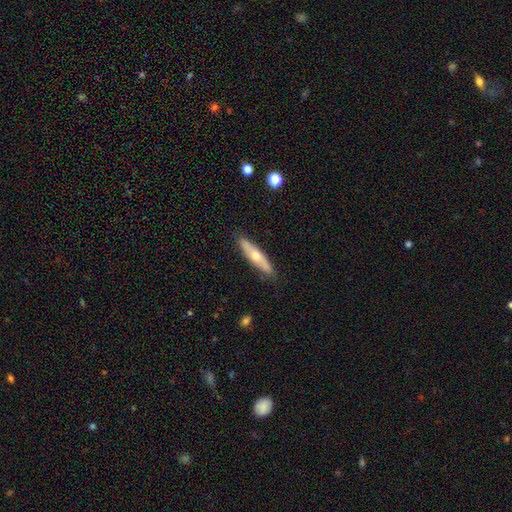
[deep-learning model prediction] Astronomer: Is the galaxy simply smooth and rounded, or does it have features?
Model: featured or disk — 49% (runner-up: smooth, 45%).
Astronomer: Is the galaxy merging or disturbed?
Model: none — 88%.